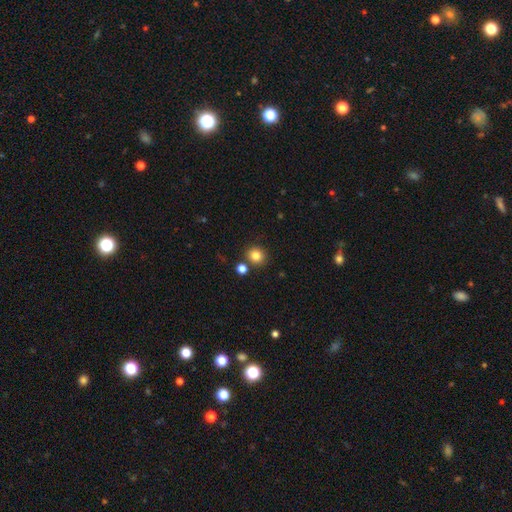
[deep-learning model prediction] Morphology: type=smooth (82%); roundness=round (89%); merging=none (83%).